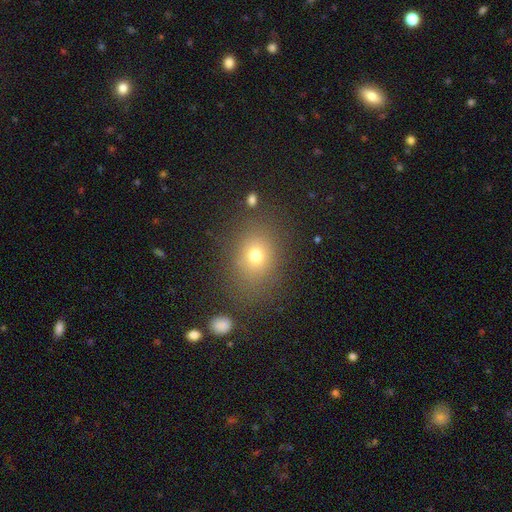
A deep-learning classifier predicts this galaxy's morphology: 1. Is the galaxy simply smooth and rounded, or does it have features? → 73% smooth, 16% star or artifact, 11% featured or disk.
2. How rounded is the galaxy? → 53% in between, 45% round, 1% cigar-shaped.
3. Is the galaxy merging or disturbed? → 79% none, 12% minor disturbance, 6% major disturbance, 3% merger.